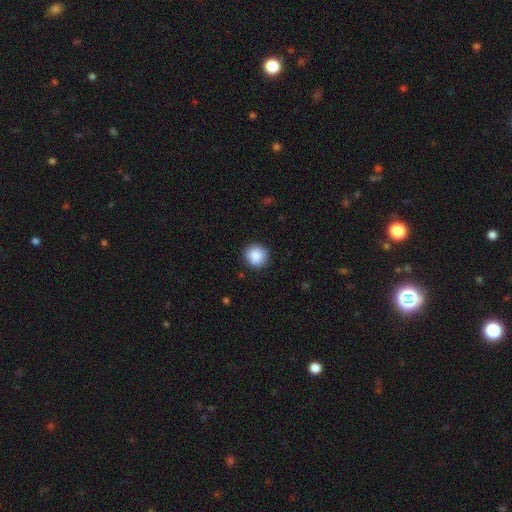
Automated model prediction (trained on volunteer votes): Overall: smooth (88%). How rounded: round (91%). Merging: none (88%).